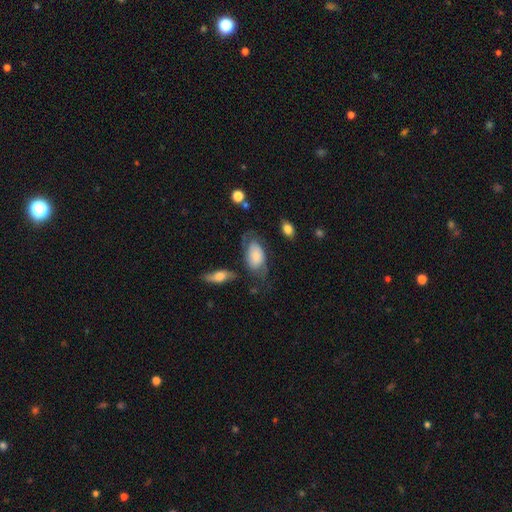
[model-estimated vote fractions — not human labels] A smooth galaxy with no disk features (56%) that is in between round and cigar-shaped (91%). Merging: none (44%).